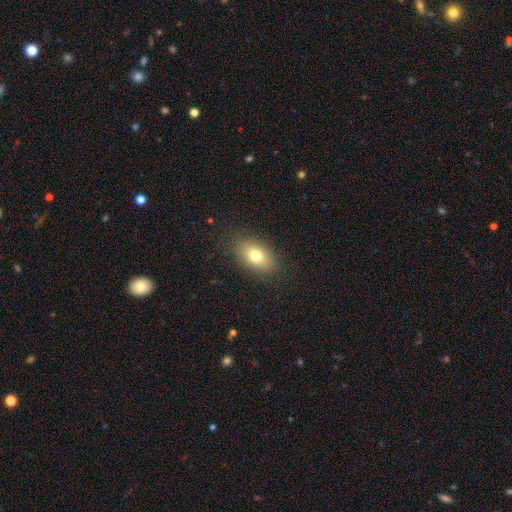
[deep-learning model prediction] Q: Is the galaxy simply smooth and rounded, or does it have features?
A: smooth — 75%.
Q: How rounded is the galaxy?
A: in between — 87%.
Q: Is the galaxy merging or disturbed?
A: none — 86%.